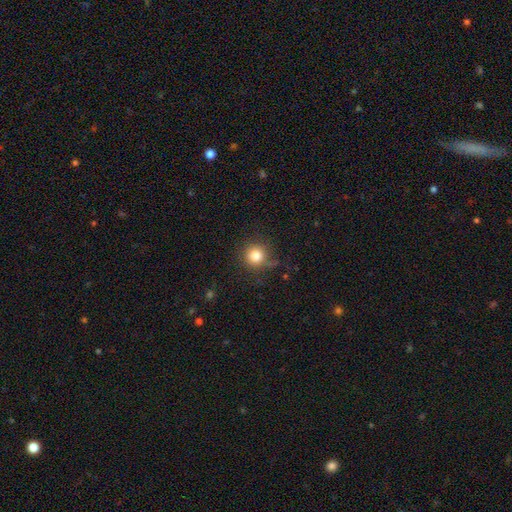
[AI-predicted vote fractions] smooth 82%, star or artifact 12%, featured or disk 6%. Down the decision tree: how rounded — round (94%); merging — none (83%).